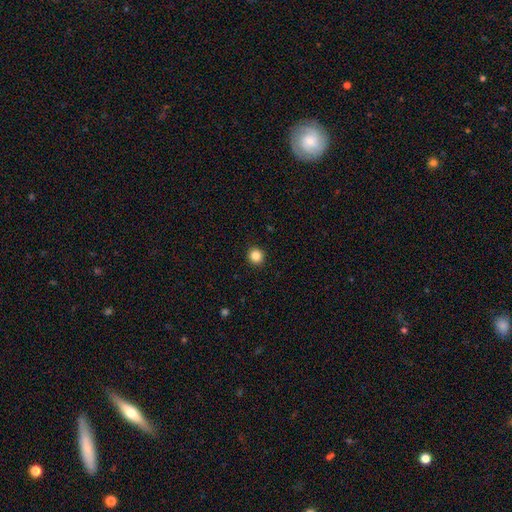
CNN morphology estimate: A smooth galaxy with no disk features (85%) that is round (90%). Merging: none (93%).